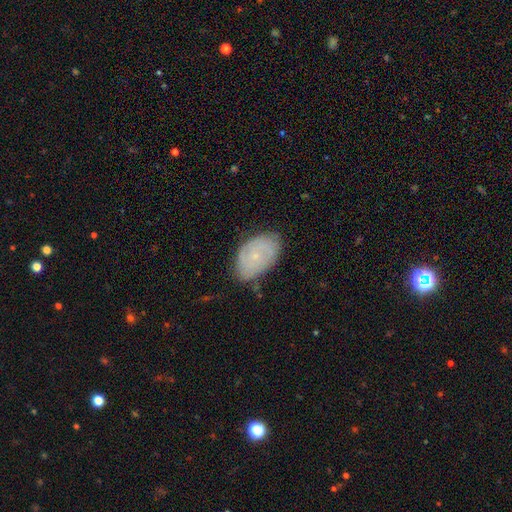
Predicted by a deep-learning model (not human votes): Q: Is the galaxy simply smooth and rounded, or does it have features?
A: featured or disk — 53%.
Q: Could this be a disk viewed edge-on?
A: no — 95%.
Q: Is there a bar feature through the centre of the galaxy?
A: no — 82%.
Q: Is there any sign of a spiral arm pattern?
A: yes — 70%.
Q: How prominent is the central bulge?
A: small — 80%.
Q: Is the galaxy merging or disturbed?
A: none — 68%.